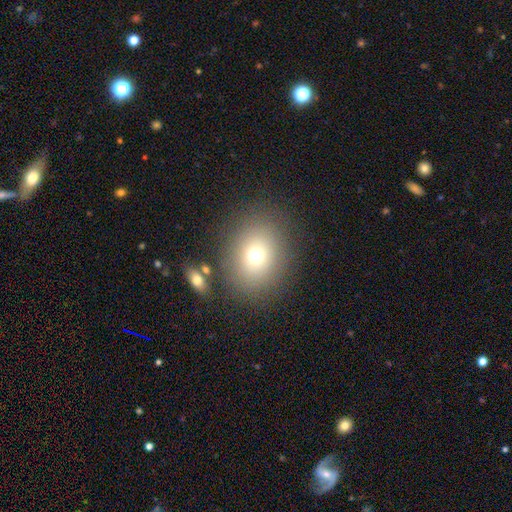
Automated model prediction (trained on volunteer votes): A smooth galaxy with no disk features (71%) that is round (55%).

Vote fractions:
- Smooth or featured? smooth: 71% / star or artifact: 15% / featured or disk: 14%
- How rounded? round: 55% / in between: 44% / cigar-shaped: 1%
- Merging? none: 81% / minor disturbance: 10% / major disturbance: 5% / merger: 5%